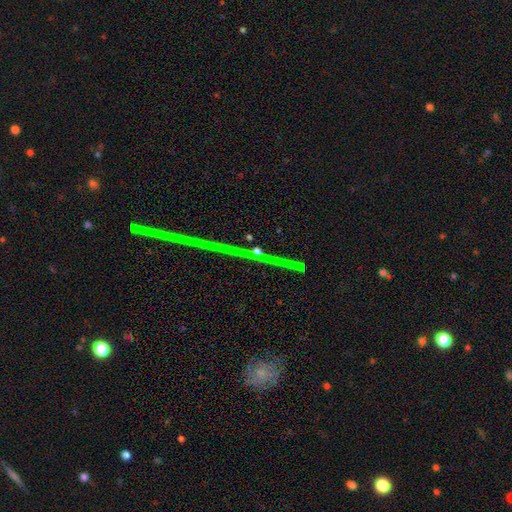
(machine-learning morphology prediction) A star or artifact, not a galaxy (71%).

Vote fractions:
- Smooth or featured? star or artifact: 71% / featured or disk: 21% / smooth: 8%